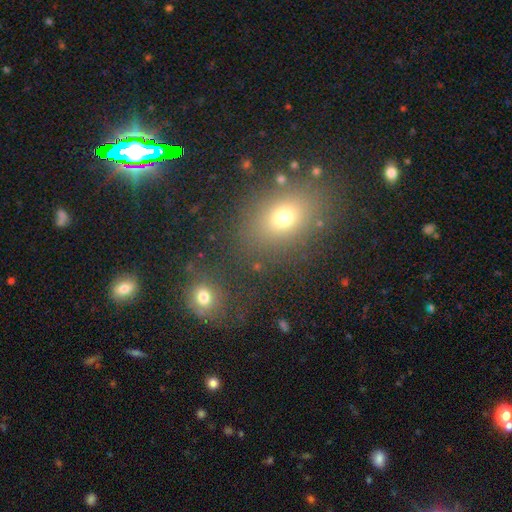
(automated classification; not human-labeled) Q: Smooth or featured?
A: smooth (52%); runner-up: star or artifact (34%)
Q: How rounded?
A: in between (64%); runner-up: round (33%)
Q: Merging?
A: none (80%); runner-up: minor disturbance (10%)